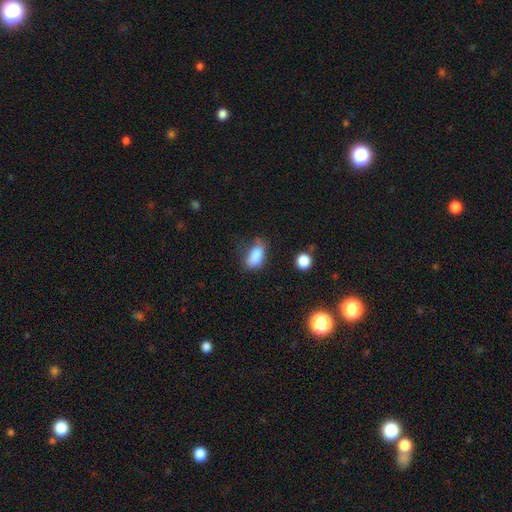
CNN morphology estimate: Smooth or featured: smooth — 84% (star or artifact — 9%)
How rounded: in between — 88% (round — 6%)
Merging: none — 50% (minor disturbance — 33%)